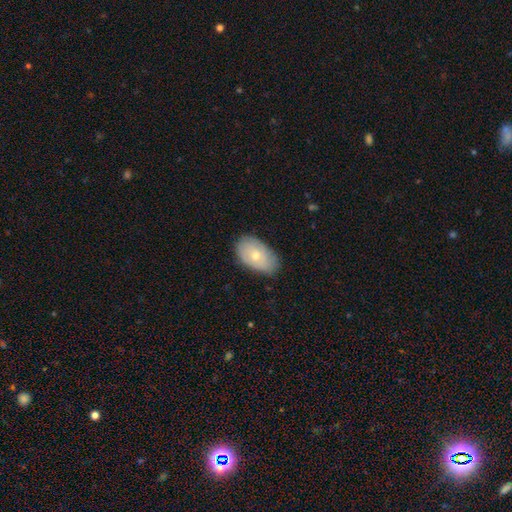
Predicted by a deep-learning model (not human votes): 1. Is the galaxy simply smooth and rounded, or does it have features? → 64% smooth, 31% featured or disk, 6% star or artifact.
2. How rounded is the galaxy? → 92% in between, 7% round, 1% cigar-shaped.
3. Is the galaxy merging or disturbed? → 78% none, 18% minor disturbance, 3% major disturbance, 1% merger.